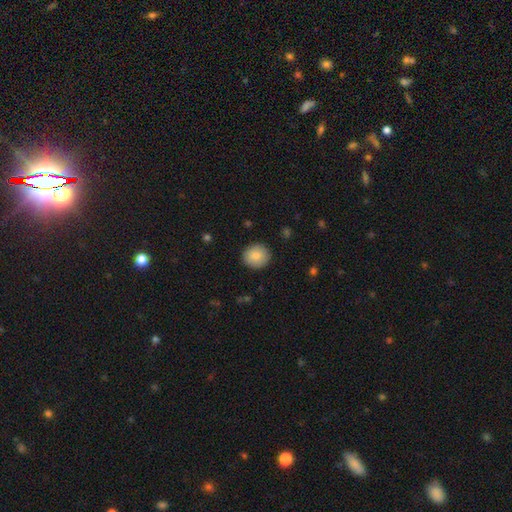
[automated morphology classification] type=smooth (83%); roundness=round (89%); merging=none (90%).